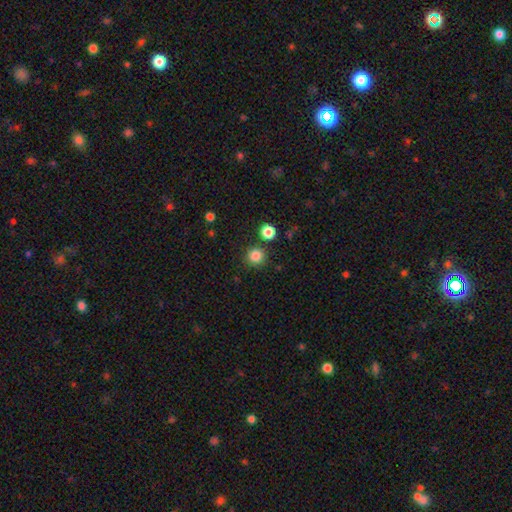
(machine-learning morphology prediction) smooth-or-featured: smooth: 84% | star or artifact: 12% | featured or disk: 4%
  how-rounded: round: 94% | in between: 5% | cigar-shaped: 1%
  merging: none: 85% | minor disturbance: 7% | merger: 6% | major disturbance: 2%